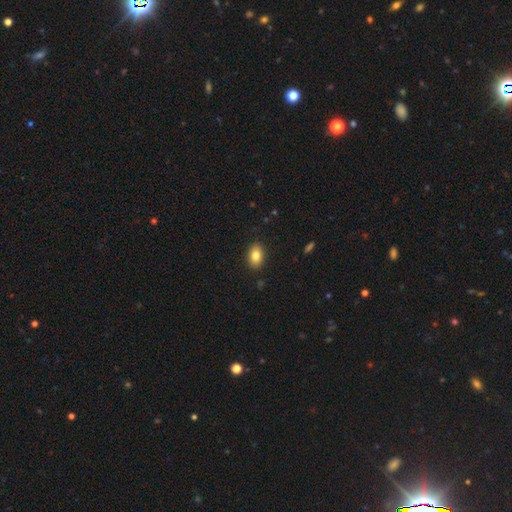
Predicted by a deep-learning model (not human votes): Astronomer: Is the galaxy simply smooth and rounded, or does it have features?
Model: smooth — 84%.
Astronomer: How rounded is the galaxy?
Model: in between — 85%.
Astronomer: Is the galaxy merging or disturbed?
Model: none — 89%.